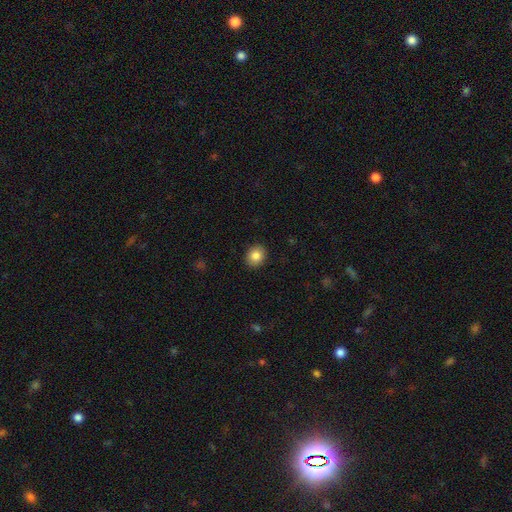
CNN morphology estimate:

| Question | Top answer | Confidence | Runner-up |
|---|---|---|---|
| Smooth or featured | smooth | 85% | star or artifact (9%) |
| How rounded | round | 63% | in between (36%) |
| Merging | none | 91% | minor disturbance (6%) |